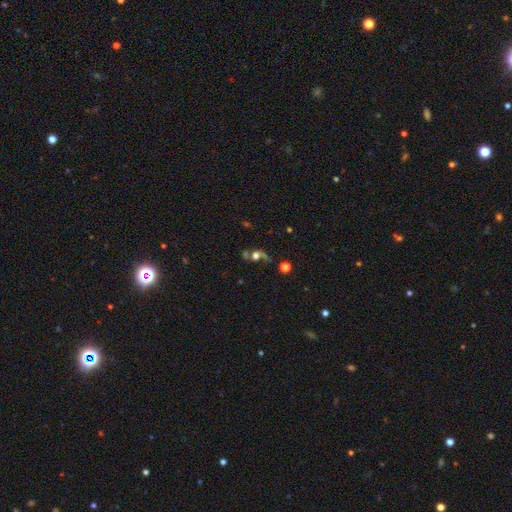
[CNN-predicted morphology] This appears to be a smooth galaxy with no disk features (41%). Merging: merger (33%).